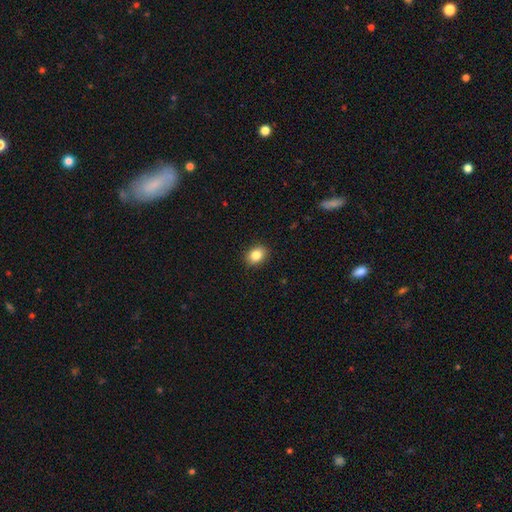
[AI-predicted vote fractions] smooth_or_featured: smooth (p=0.85) [alt: star or artifact p=0.09]
how_rounded: in between (p=0.61) [alt: round p=0.38]
merging: none (p=0.90) [alt: minor disturbance p=0.07]